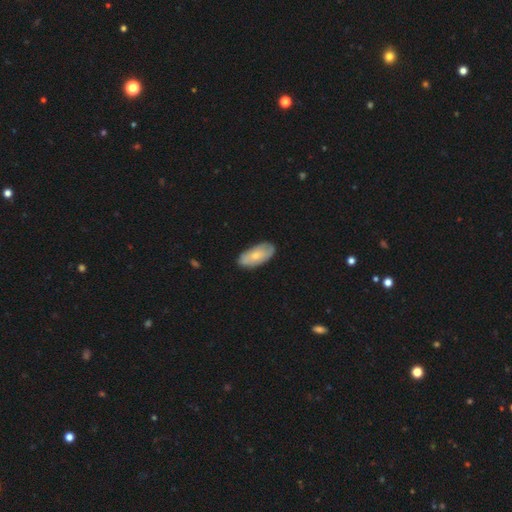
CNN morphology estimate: Smooth or featured? Predicted: smooth (p=0.67). How rounded? Predicted: in between (p=0.92). Merging? Predicted: none (p=0.81).